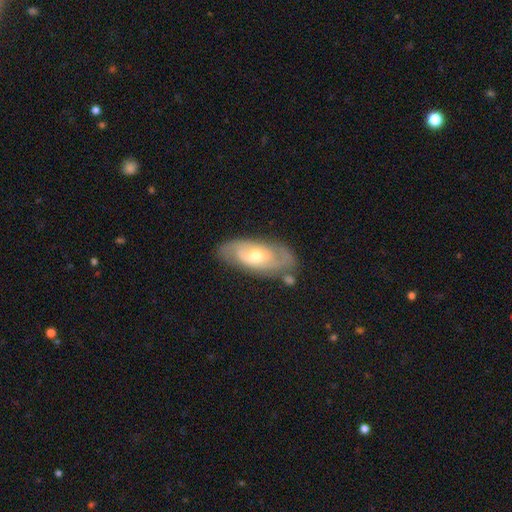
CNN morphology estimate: type=featured or disk (71%); edge-on=no (89%); bar=no (68%); spiral arms=yes (82%); winding=tight (51%); arm count=2 (64%); bulge=moderate (65%); merging=none (74%).